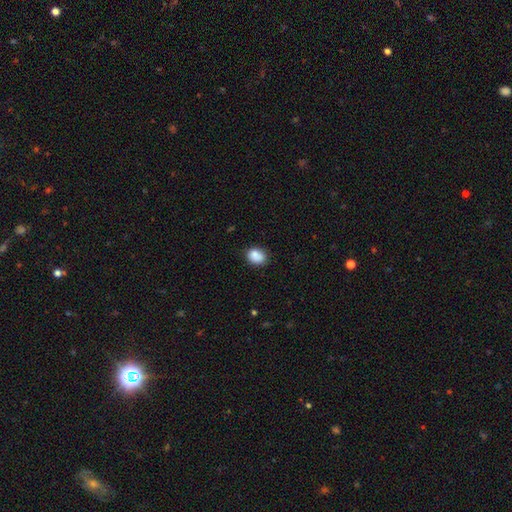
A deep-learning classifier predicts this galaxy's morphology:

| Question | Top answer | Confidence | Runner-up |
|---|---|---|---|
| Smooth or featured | smooth | 85% | star or artifact (9%) |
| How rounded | in between | 56% | round (43%) |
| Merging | none | 71% | minor disturbance (19%) |